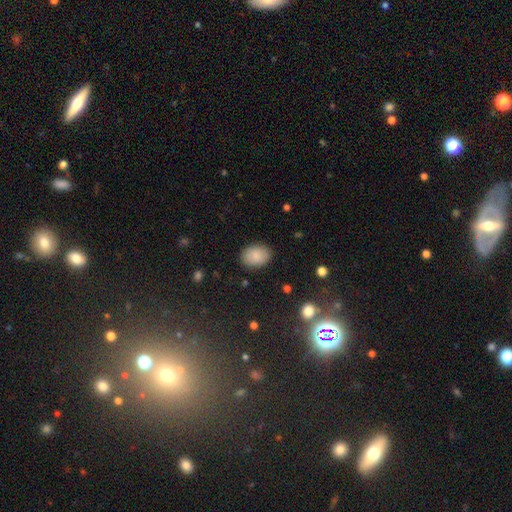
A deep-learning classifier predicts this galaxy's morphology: The model was most divided on "how rounded": in between: 78%, round: 21%, cigar-shaped: 1%. More confident: merging — none (86%); smooth or featured — smooth (86%).